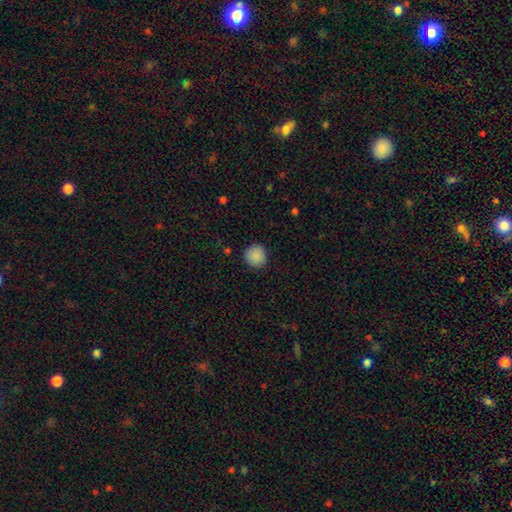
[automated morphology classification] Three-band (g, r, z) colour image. It shows a smooth galaxy with no disk features (88%) that is round (92%). Merging: none (89%).